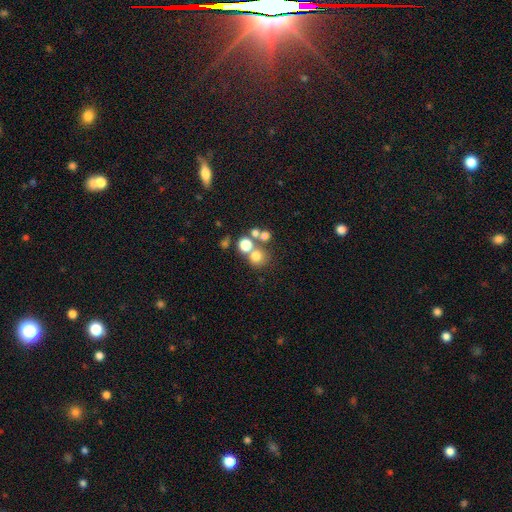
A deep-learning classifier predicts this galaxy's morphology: A smooth galaxy with no disk features (69%) that is round (86%).

Vote fractions:
- Smooth or featured? smooth: 69% / star or artifact: 18% / featured or disk: 13%
- How rounded? round: 86% / in between: 13% / cigar-shaped: 1%
- Merging? none: 55% / merger: 33% / minor disturbance: 8% / major disturbance: 5%